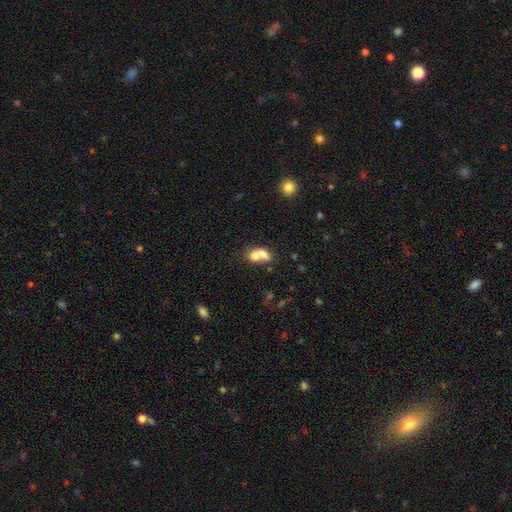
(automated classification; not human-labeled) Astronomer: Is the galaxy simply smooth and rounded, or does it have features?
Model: smooth — 69%.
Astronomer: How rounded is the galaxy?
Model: in between — 63%.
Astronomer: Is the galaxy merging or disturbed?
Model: merger — 69%.